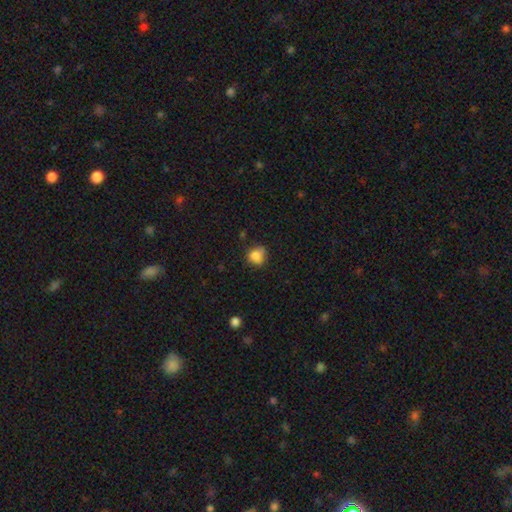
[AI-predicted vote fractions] smooth_or_featured: smooth (p=0.82) [alt: star or artifact p=0.10]
how_rounded: round (p=0.73) [alt: in between p=0.26]
merging: none (p=0.57) [alt: minor disturbance p=0.30]